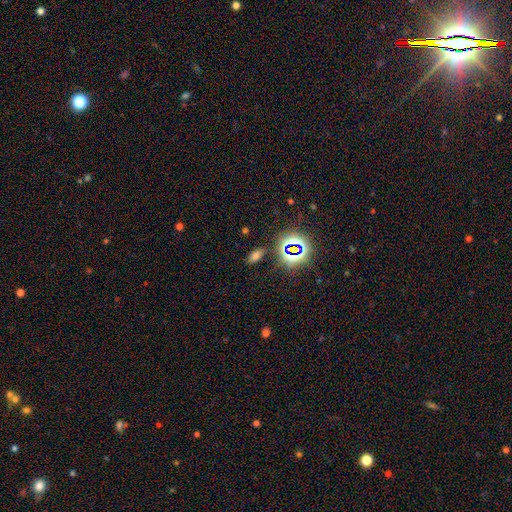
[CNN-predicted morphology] A smooth galaxy with no disk features (59%) that is in between round and cigar-shaped (87%). Merging: none (82%).